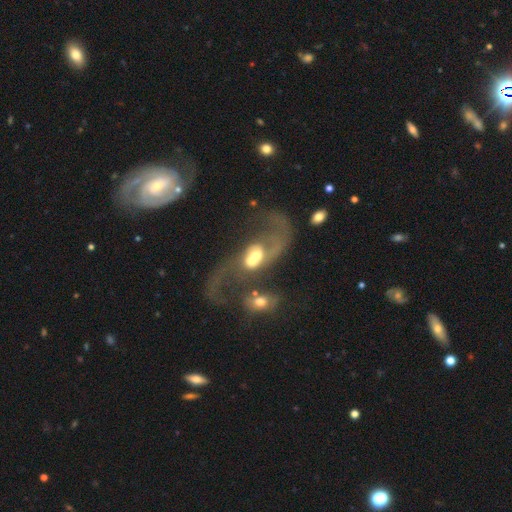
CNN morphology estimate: A featured or disk galaxy (67%) with no bar (70%), spiral arms (72%) and a moderate central bulge (49%).

Vote fractions:
- Smooth or featured? featured or disk: 67% / smooth: 24% / star or artifact: 10%
- Edge-on disk? no: 96% / yes: 4%
- Bar? no: 70% / weak: 23% / strong: 7%
- Spiral arms? yes: 72% / no: 28%
- Bulge size? moderate: 49% / large: 27% / small: 14% / dominant: 6% / none: 4%
- Merging? merger: 71% / major disturbance: 15% / none: 9% / minor disturbance: 4%